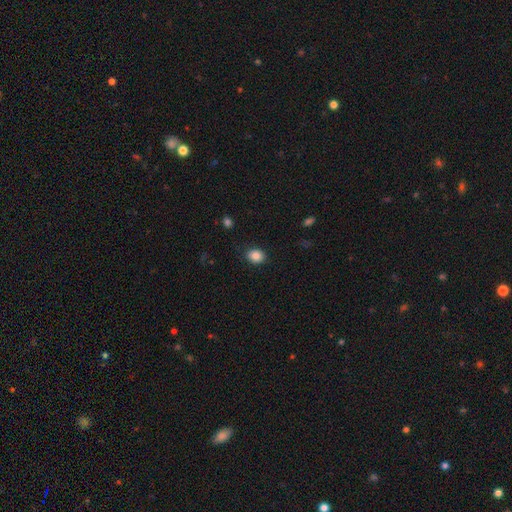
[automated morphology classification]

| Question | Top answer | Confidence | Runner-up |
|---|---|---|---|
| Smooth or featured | smooth | 86% | star or artifact (9%) |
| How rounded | in between | 55% | round (44%) |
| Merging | none | 85% | minor disturbance (11%) |